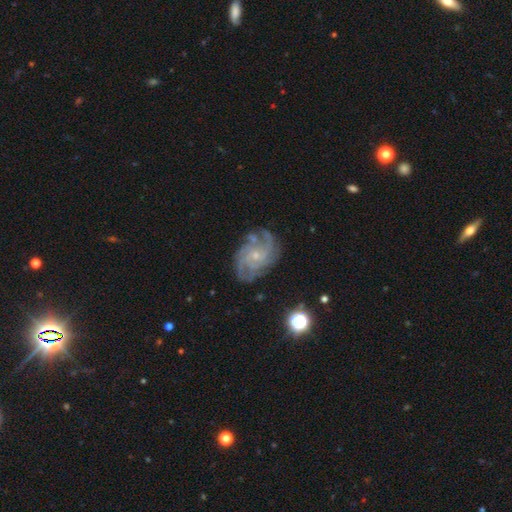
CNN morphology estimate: type=featured or disk (86%); edge-on=no (97%); bar=no (73%); spiral arms=yes (96%); winding=tight (51%); arm count=can't tell (26%); bulge=small (77%); merging=none (71%).